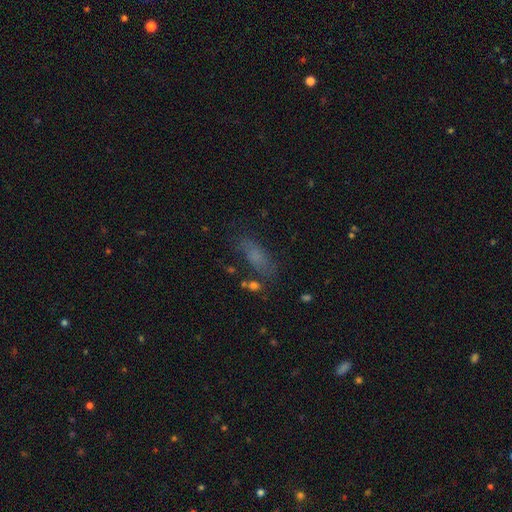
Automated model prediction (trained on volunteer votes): This is likely a smooth galaxy (64%). How rounded: likely in between (66%). Merging: likely none (66%).